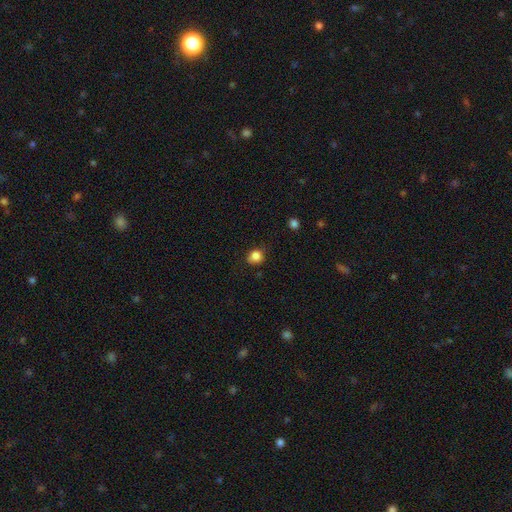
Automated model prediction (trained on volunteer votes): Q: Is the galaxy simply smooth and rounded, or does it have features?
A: smooth — 84%.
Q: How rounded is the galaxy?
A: round — 76%.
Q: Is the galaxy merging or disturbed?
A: none — 77%.